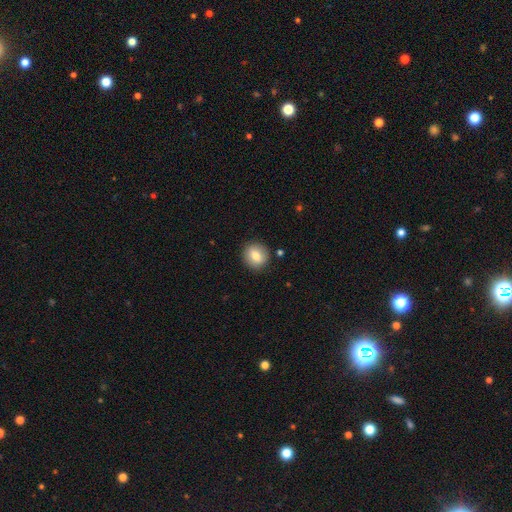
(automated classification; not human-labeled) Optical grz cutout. It shows a smooth galaxy with no disk features (76%) that is round (87%). Merging: none (88%).